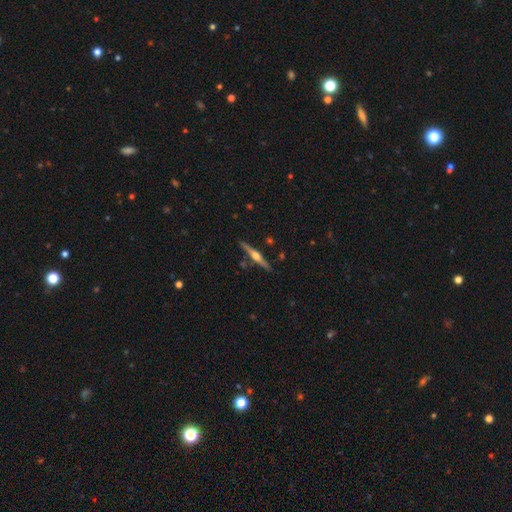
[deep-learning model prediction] Smooth or featured? featured or disk (77%)
Edge-on disk? yes (98%)
Edge-on bulge? rounded (92%)
Merging? none (88%)